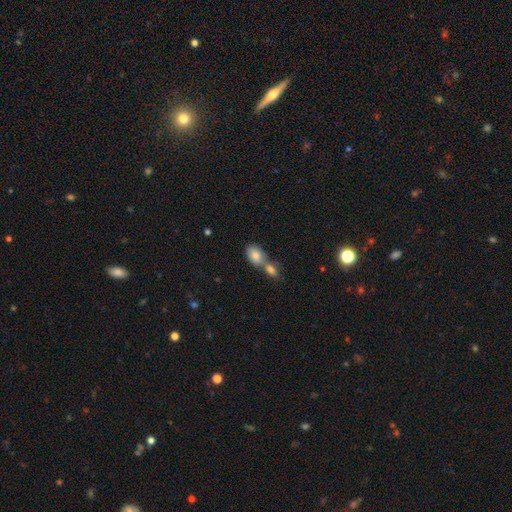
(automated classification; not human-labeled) This is clearly a smooth galaxy (83%). How rounded: clearly in between (87%). Merging: possibly merger (59%).